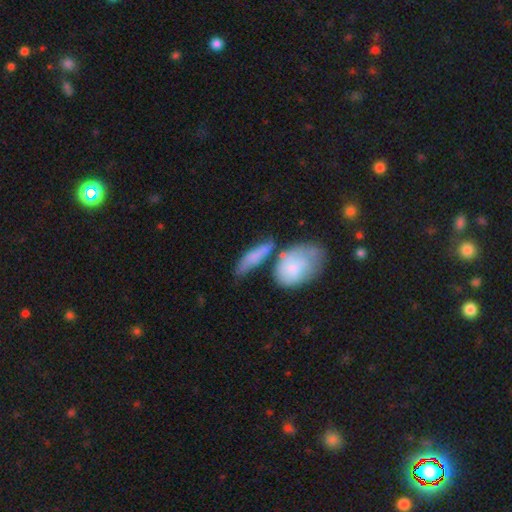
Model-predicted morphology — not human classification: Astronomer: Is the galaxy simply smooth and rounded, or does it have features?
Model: smooth — 67%.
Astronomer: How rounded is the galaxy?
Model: in between — 52% (runner-up: cigar-shaped, 41%).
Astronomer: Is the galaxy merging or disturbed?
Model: none — 45% (runner-up: merger, 25%).